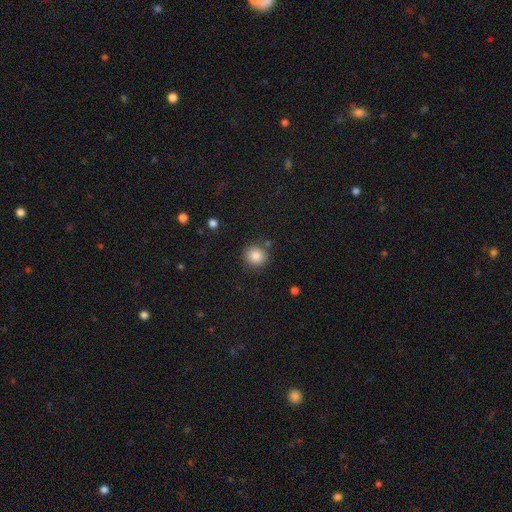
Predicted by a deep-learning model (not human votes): smooth-or-featured: smooth: 85% | star or artifact: 10% | featured or disk: 5%
  how-rounded: round: 91% | in between: 9% | cigar-shaped: 1%
  merging: none: 85% | minor disturbance: 8% | merger: 4% | major disturbance: 3%